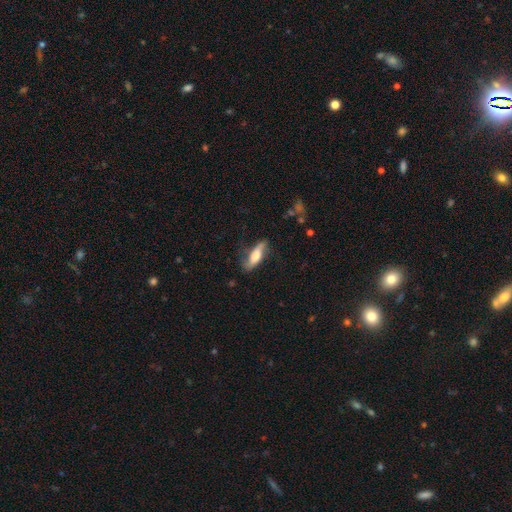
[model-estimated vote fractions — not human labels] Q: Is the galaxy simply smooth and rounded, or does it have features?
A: smooth — 50%.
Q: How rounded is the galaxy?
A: in between — 59%.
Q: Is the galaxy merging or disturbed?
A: none — 59%.